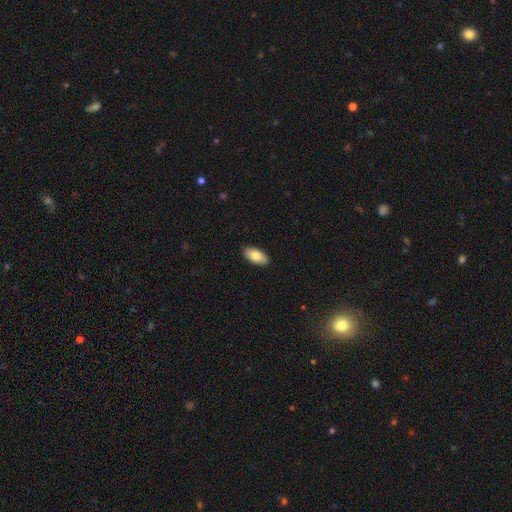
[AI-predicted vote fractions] Q: Smooth or featured?
A: smooth (81%); runner-up: featured or disk (13%)
Q: How rounded?
A: in between (93%); runner-up: cigar-shaped (5%)
Q: Merging?
A: none (90%); runner-up: minor disturbance (7%)